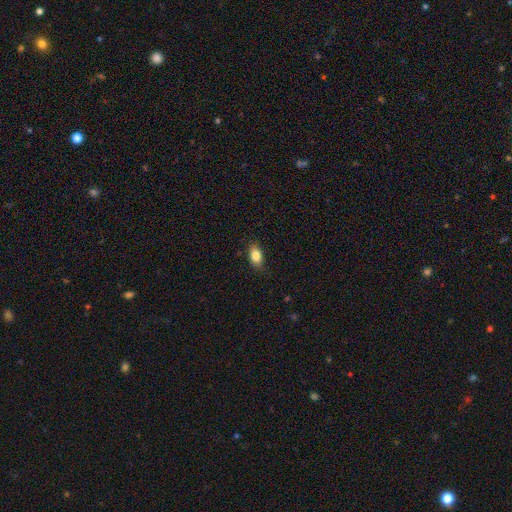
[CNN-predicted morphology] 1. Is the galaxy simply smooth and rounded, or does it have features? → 83% smooth, 9% featured or disk, 8% star or artifact.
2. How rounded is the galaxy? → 87% in between, 9% round, 4% cigar-shaped.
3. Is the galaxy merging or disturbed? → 84% none, 13% minor disturbance, 2% major disturbance, 1% merger.